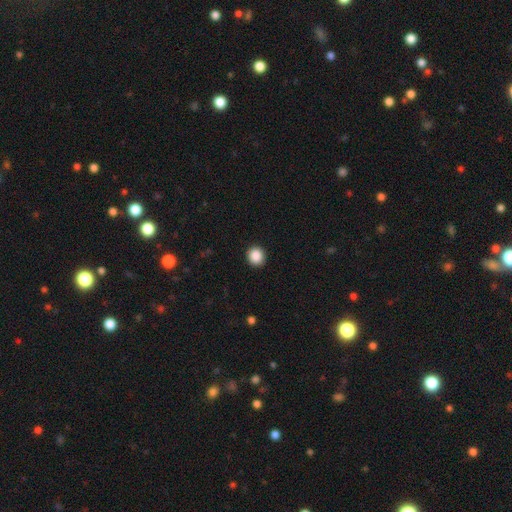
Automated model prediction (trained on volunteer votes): Overall: smooth (89%). How rounded: round (86%). Merging: none (92%).